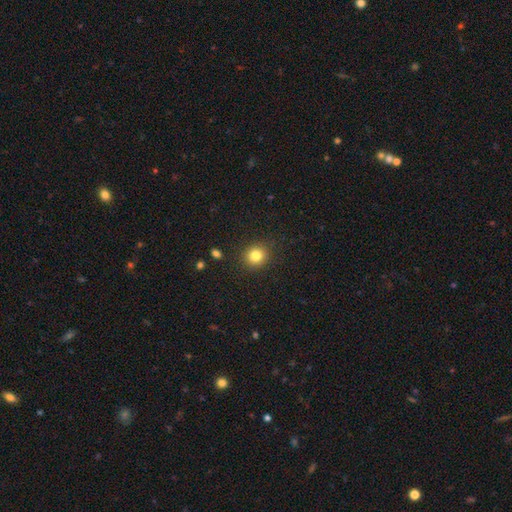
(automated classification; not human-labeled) This appears to be a smooth galaxy with no disk features (82%) that is round (85%). Merging: none (89%).